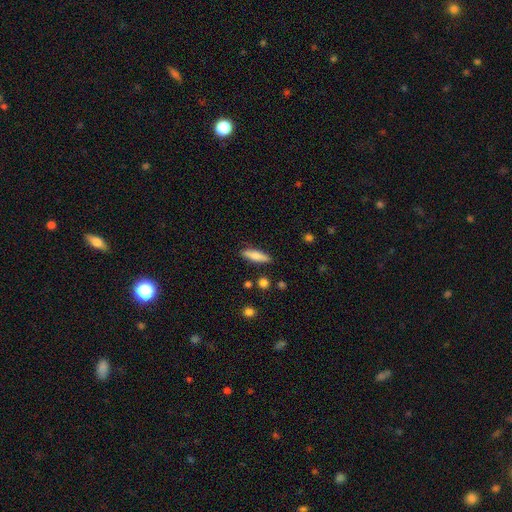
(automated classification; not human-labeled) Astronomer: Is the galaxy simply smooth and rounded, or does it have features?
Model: smooth — 78%.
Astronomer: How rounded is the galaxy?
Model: cigar-shaped — 61% (runner-up: in between, 36%).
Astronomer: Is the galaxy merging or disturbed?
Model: none — 85%.